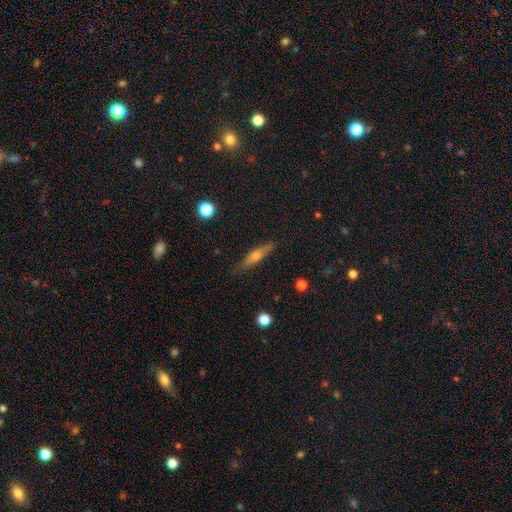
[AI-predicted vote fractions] Smooth or featured?
  - featured or disk: 53% *
  - smooth: 39%
  - star or artifact: 8%
Edge-on disk?
  - yes: 91% *
  - no: 9%
Merging?
  - none: 84% *
  - minor disturbance: 12%
  - major disturbance: 2%
  - merger: 1%